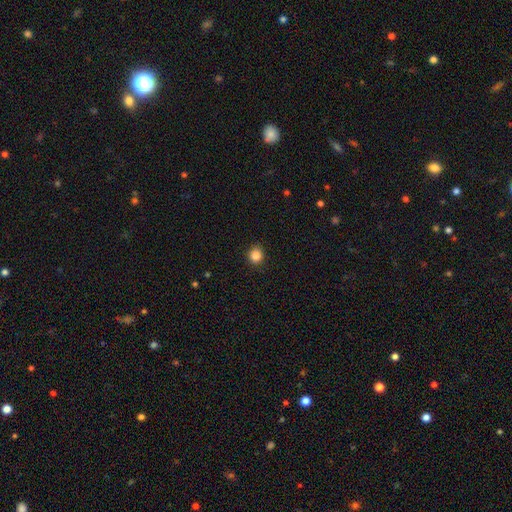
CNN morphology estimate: Q: Smooth or featured?
A: smooth (85%); runner-up: star or artifact (11%)
Q: How rounded?
A: round (87%); runner-up: in between (12%)
Q: Merging?
A: none (89%); runner-up: minor disturbance (8%)